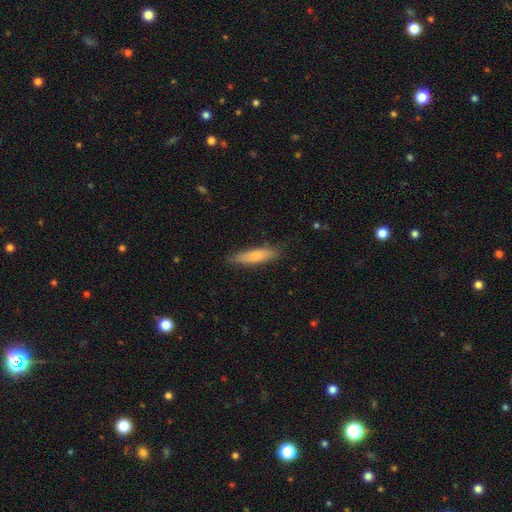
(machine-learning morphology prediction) Smooth or featured: smooth — 80% (featured or disk — 14%)
How rounded: cigar-shaped — 75% (in between — 24%)
Merging: none — 83% (minor disturbance — 14%)